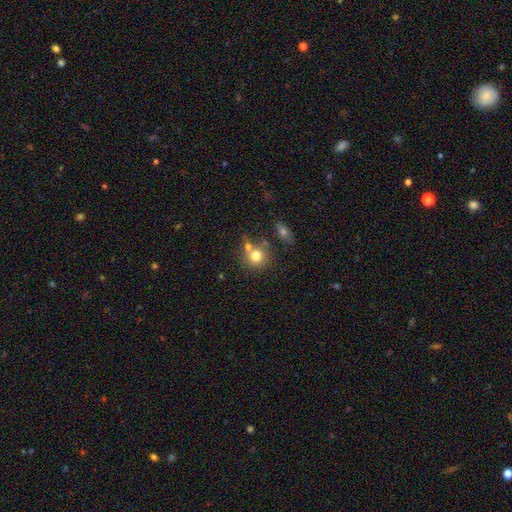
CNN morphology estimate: A smooth galaxy with no disk features (75%) that is round (85%). Merging: none (51%).